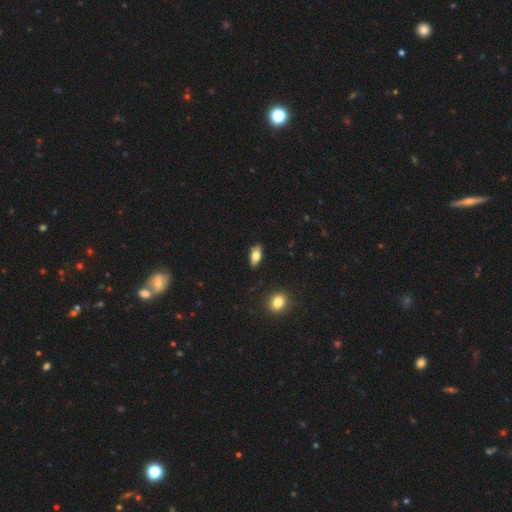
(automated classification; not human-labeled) Morphology: type=smooth (73%); roundness=in between (87%); merging=none (83%).